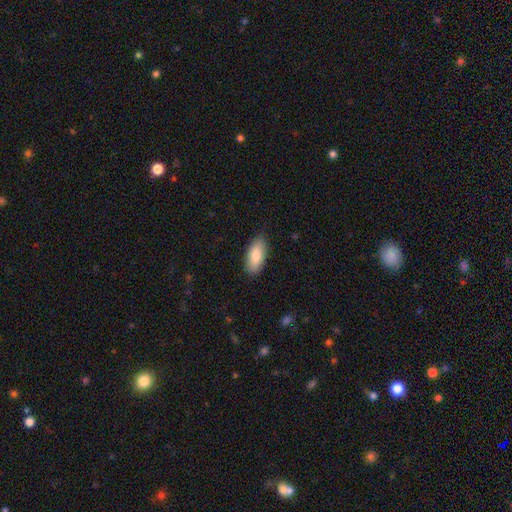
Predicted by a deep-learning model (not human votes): smooth-or-featured: smooth: 81% | featured or disk: 13% | star or artifact: 6%
  how-rounded: in between: 90% | cigar-shaped: 7% | round: 3%
  merging: none: 86% | minor disturbance: 11% | major disturbance: 2% | merger: 1%